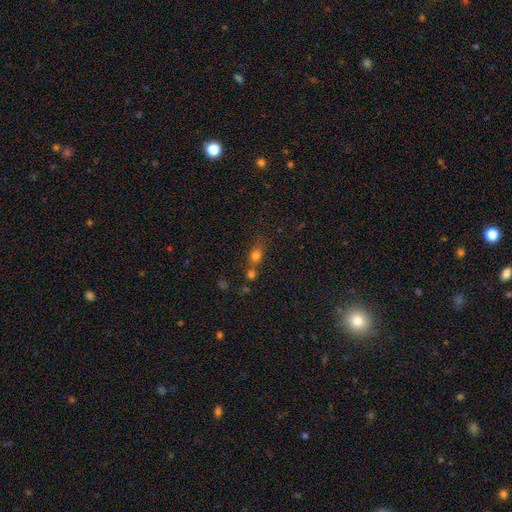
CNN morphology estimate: Smooth or featured? smooth (74%)
How rounded? round (56%)
Merging? none (46%)